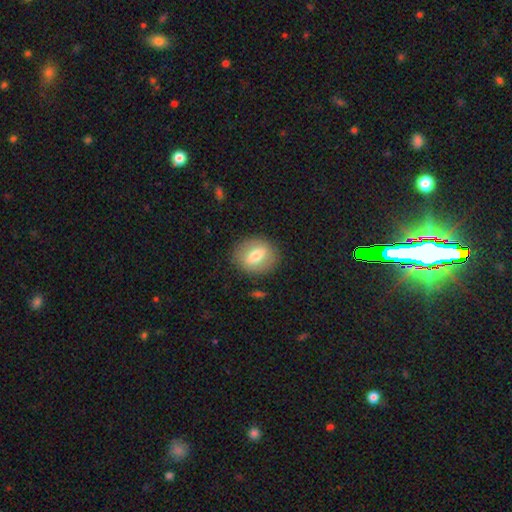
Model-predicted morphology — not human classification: Q: Smooth or featured?
A: smooth (60%); runner-up: featured or disk (33%)
Q: How rounded?
A: round (58%); runner-up: in between (39%)
Q: Merging?
A: none (85%); runner-up: minor disturbance (10%)